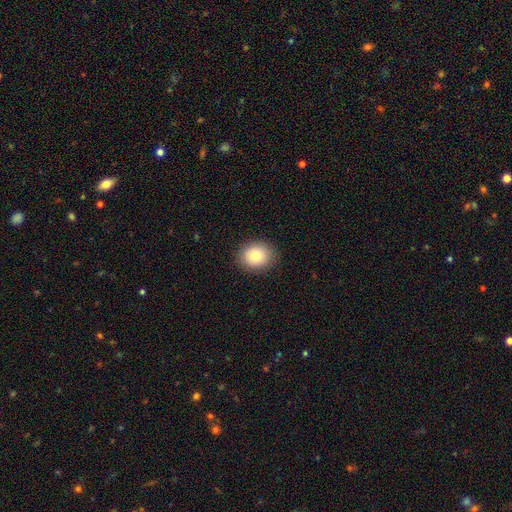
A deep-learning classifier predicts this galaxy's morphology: Smooth or featured?
  - smooth: 81% *
  - featured or disk: 10%
  - star or artifact: 9%
How rounded?
  - round: 65% *
  - in between: 34%
  - cigar-shaped: 1%
Merging?
  - none: 89% *
  - minor disturbance: 8%
  - major disturbance: 2%
  - merger: 1%